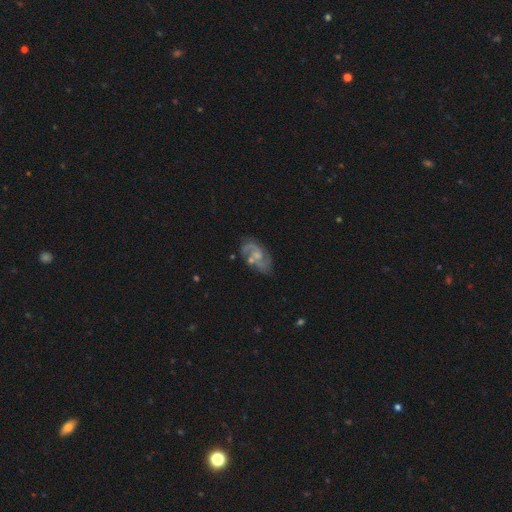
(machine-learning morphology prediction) Smooth or featured? featured or disk (80%)
Edge-on disk? no (97%)
Bar? no (56%)
Spiral arms? yes (92%)
Spiral winding? medium (51%)
Spiral arm count? 2 (74%)
Bulge size? small (44%)
Merging? none (60%)